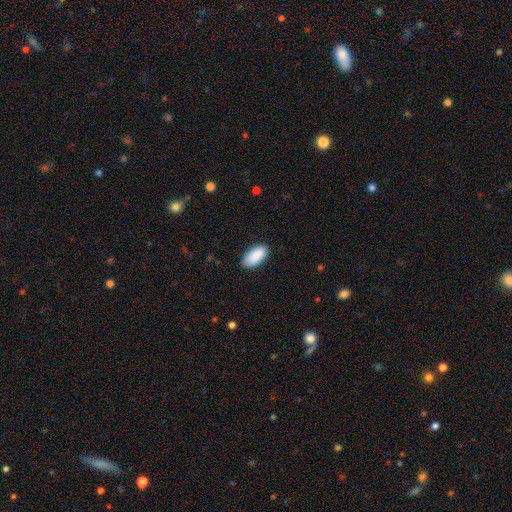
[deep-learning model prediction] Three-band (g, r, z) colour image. It shows a smooth galaxy with no disk features (90%) that is in between round and cigar-shaped (94%). Merging: none (84%).